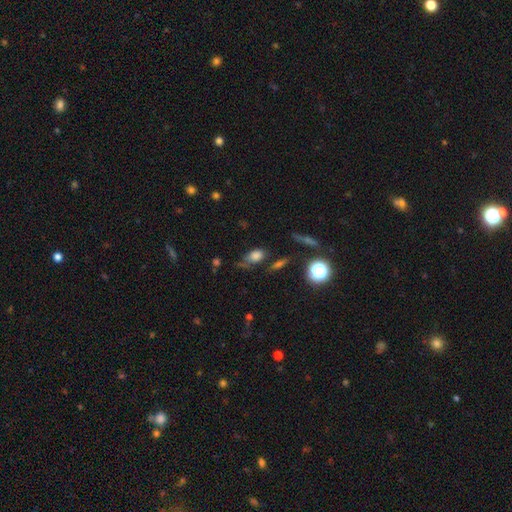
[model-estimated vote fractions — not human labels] A smooth galaxy with no disk features (70%) that is in between round and cigar-shaped (74%). Merging: none (48%).